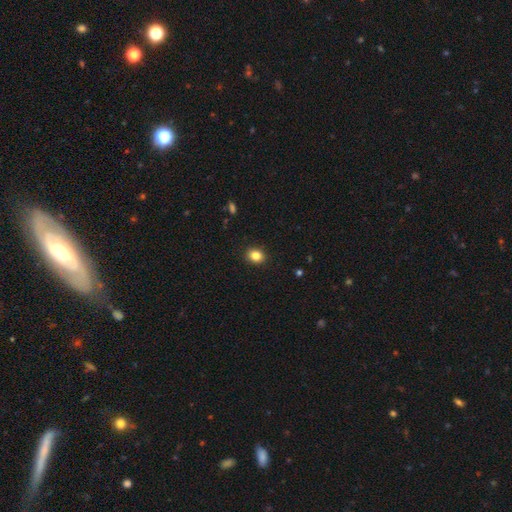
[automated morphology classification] Q: Smooth or featured?
A: smooth (85%); runner-up: star or artifact (10%)
Q: How rounded?
A: round (56%); runner-up: in between (43%)
Q: Merging?
A: none (90%); runner-up: minor disturbance (7%)